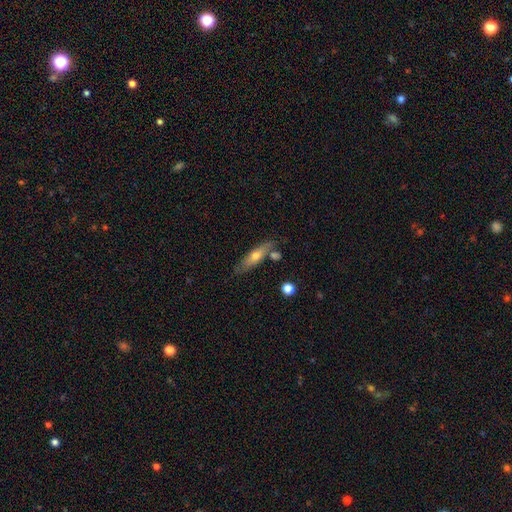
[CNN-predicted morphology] Smooth or featured? smooth (55%)
How rounded? cigar-shaped (63%)
Merging? none (69%)